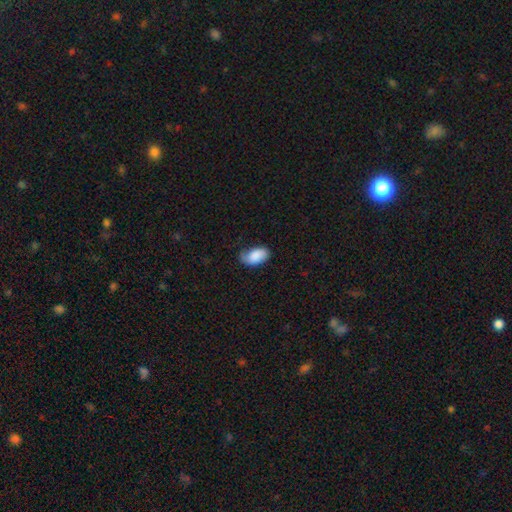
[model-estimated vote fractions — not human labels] Smooth or featured: smooth — 80% (featured or disk — 14%)
How rounded: in between — 94% (round — 4%)
Merging: none — 57% (minor disturbance — 32%)